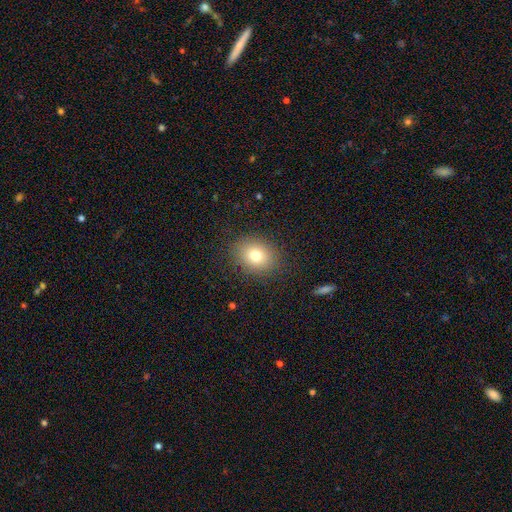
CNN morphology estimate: Smooth or featured: smooth — 77% (star or artifact — 12%)
How rounded: round — 55% (in between — 44%)
Merging: none — 87% (minor disturbance — 9%)